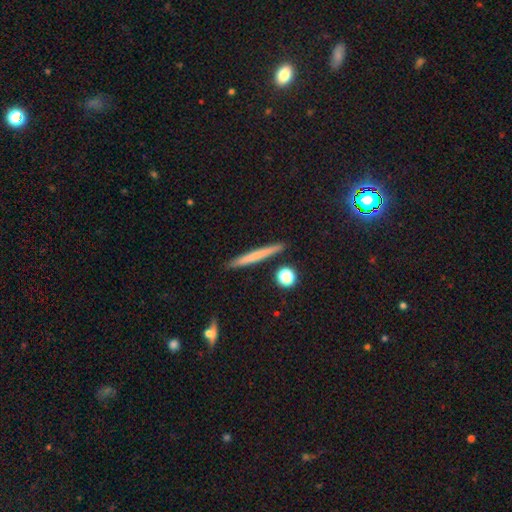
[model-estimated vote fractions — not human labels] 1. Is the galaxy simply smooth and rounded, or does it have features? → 61% smooth, 31% featured or disk, 8% star or artifact.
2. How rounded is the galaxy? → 96% cigar-shaped, 2% in between, 2% round.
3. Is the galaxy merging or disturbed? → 90% none, 6% minor disturbance, 2% merger, 1% major disturbance.